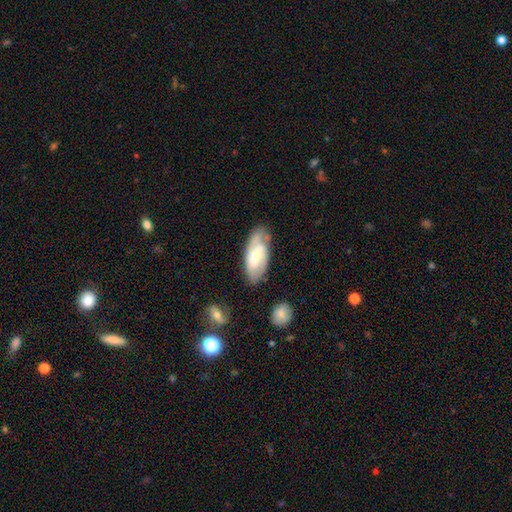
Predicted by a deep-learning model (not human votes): A featured or disk galaxy (58%) with no bar (47%), spiral arms (81%) and a moderate central bulge (48%).

Vote fractions:
- Smooth or featured? featured or disk: 58% / smooth: 36% / star or artifact: 6%
- Edge-on disk? no: 90% / yes: 10%
- Bar? no: 47% / weak: 41% / strong: 13%
- Spiral arms? yes: 81% / no: 19%
- Bulge size? moderate: 48% / small: 46% / large: 4% / none: 2% / dominant: 1%
- Merging? none: 70% / minor disturbance: 21% / major disturbance: 6% / merger: 4%